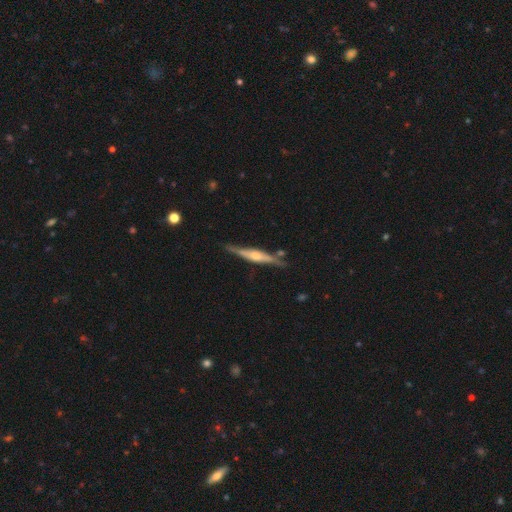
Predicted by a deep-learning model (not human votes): featured or disk 77%, smooth 18%, star or artifact 5%. Down the decision tree: edge-on disk — yes (96%); edge-on bulge — rounded (81%); merging — none (80%).